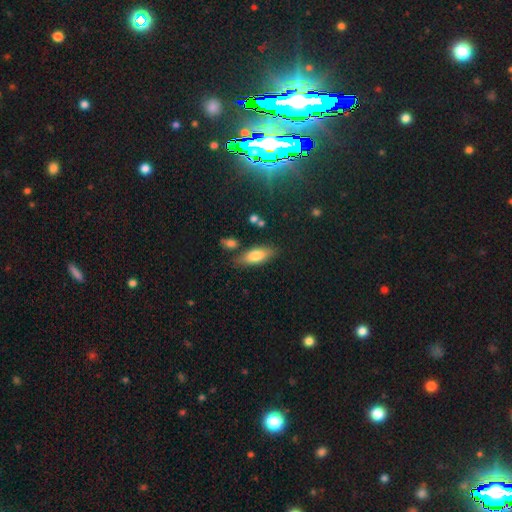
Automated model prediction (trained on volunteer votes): Overall: smooth (77%). How rounded: in between (74%). Merging: none (76%).